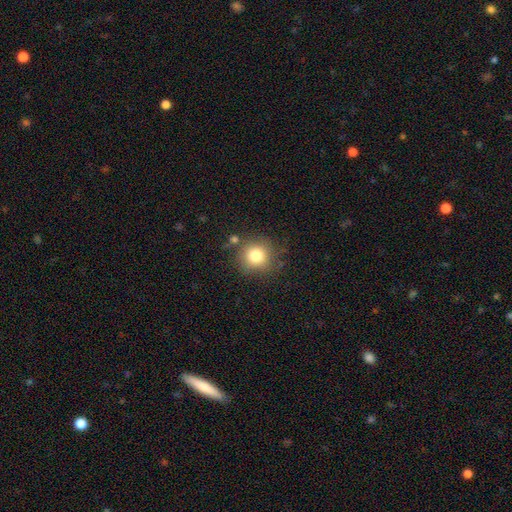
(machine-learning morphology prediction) The model was most divided on "merging": none: 78%, minor disturbance: 12%, merger: 5%, major disturbance: 4%. More confident: how rounded — round (90%); smooth or featured — smooth (79%).